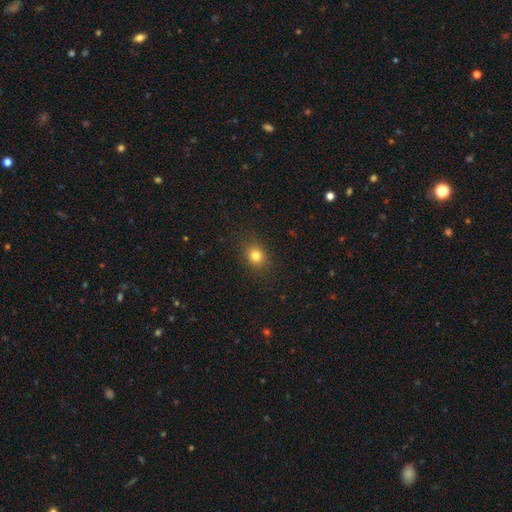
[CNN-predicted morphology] This appears to be a smooth galaxy with no disk features (80%) that is round (66%). Merging: none (86%).